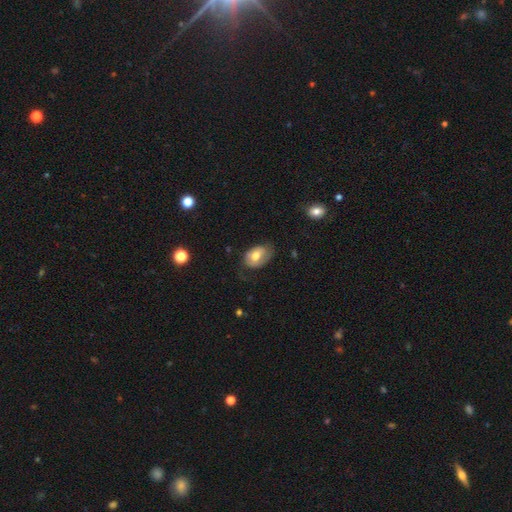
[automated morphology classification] type=smooth (63%); roundness=in between (85%); merging=none (52%).